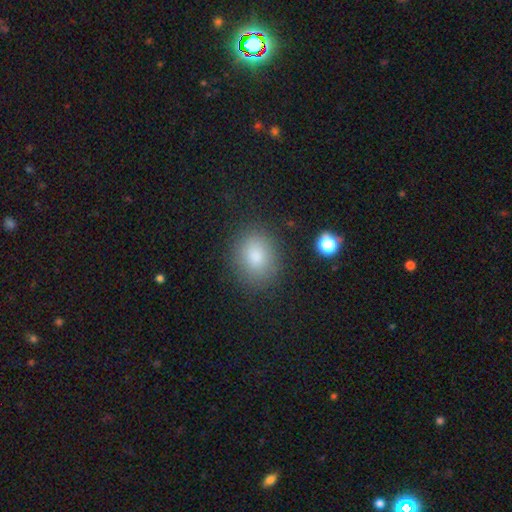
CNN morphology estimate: smooth-or-featured: smooth: 83% | star or artifact: 10% | featured or disk: 7%
  how-rounded: round: 56% | in between: 43% | cigar-shaped: 1%
  merging: none: 83% | minor disturbance: 11% | major disturbance: 4% | merger: 2%